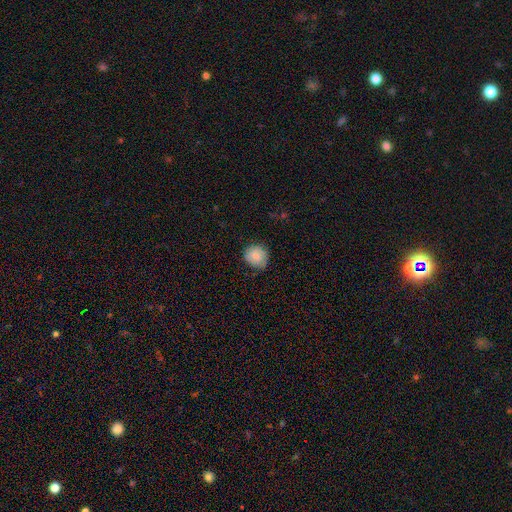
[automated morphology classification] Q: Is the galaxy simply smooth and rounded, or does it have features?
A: smooth — 77%.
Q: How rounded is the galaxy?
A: round — 86%.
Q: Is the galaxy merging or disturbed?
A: none — 72%.